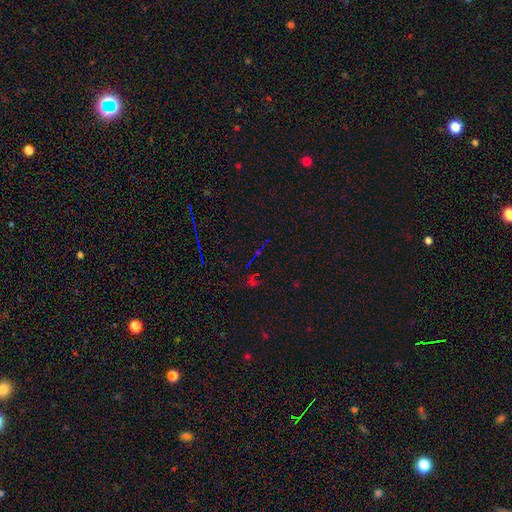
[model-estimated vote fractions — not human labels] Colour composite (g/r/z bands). It shows a star or artifact, not a galaxy (72%).